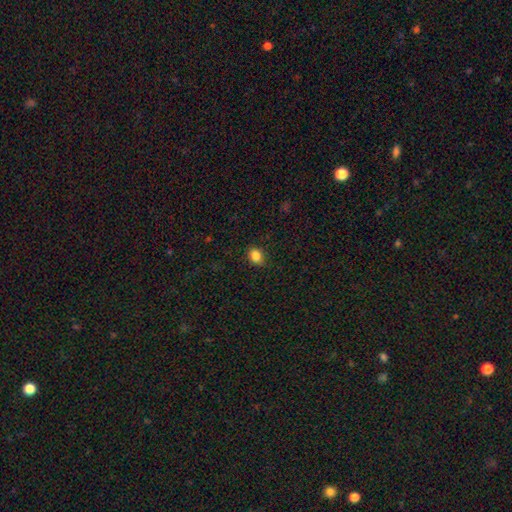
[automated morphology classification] Smooth or featured? Predicted: smooth (p=0.85). How rounded? Predicted: in between (p=0.55). Merging? Predicted: none (p=0.83).